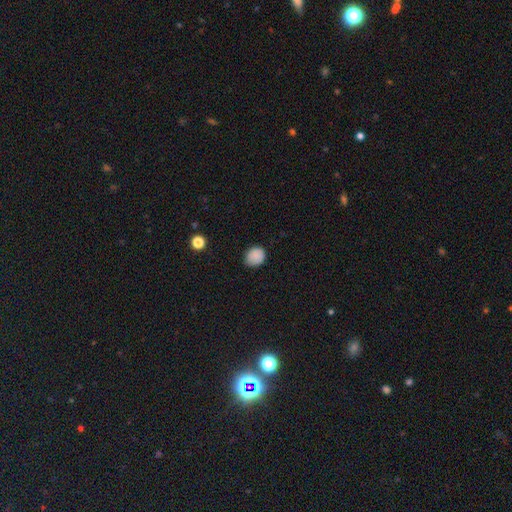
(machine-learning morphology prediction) Smooth or featured? Predicted: smooth (p=0.86). How rounded? Predicted: round (p=0.64). Merging? Predicted: none (p=0.78).